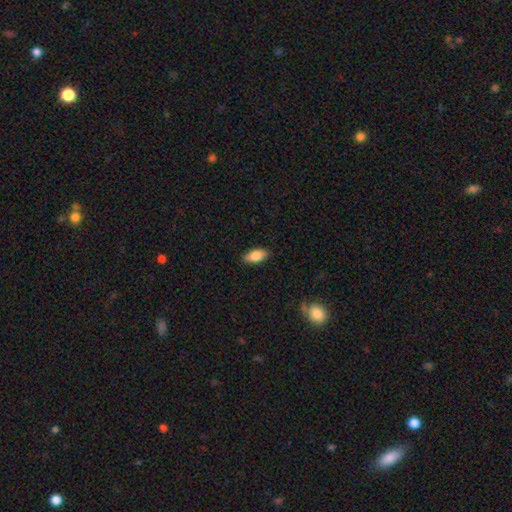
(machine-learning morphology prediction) type=smooth (85%); roundness=in between (90%); merging=none (86%).